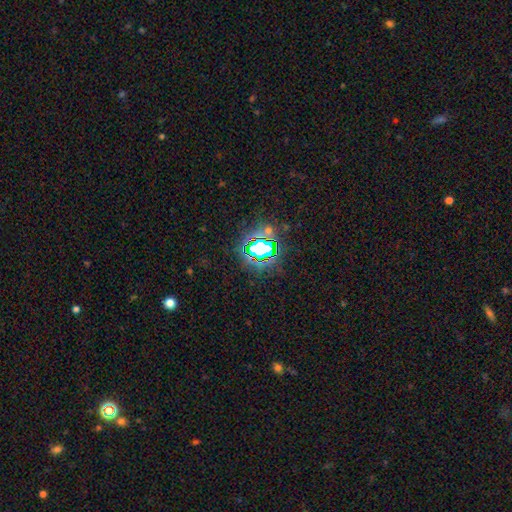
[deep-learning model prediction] Smooth or featured: star or artifact — 75% (smooth — 16%)